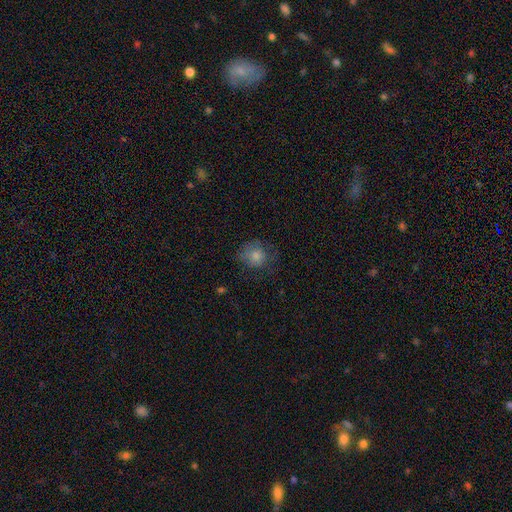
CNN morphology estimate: Overall: smooth (71%). How rounded: round (81%). Merging: none (66%).